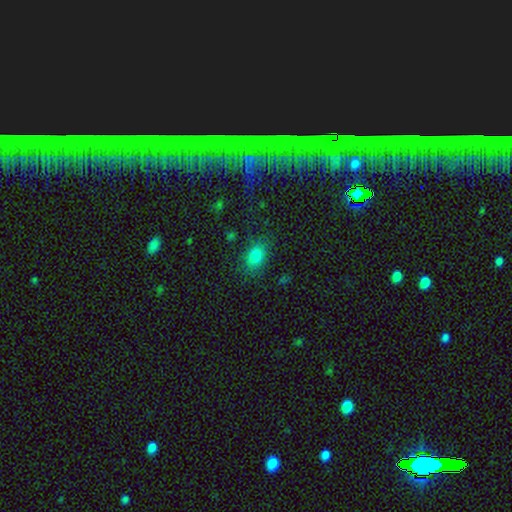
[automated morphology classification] Overall: smooth (80%). How rounded: in between (78%). Merging: none (80%).